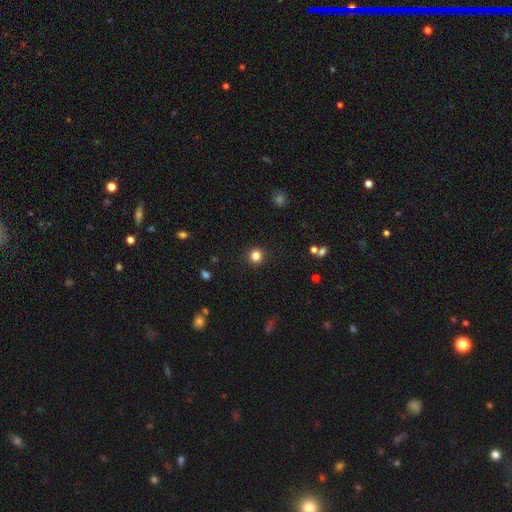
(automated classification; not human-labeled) smooth_or_featured: smooth (p=0.83) [alt: star or artifact p=0.13]
how_rounded: round (p=0.94) [alt: in between p=0.05]
merging: none (p=0.92) [alt: minor disturbance p=0.05]